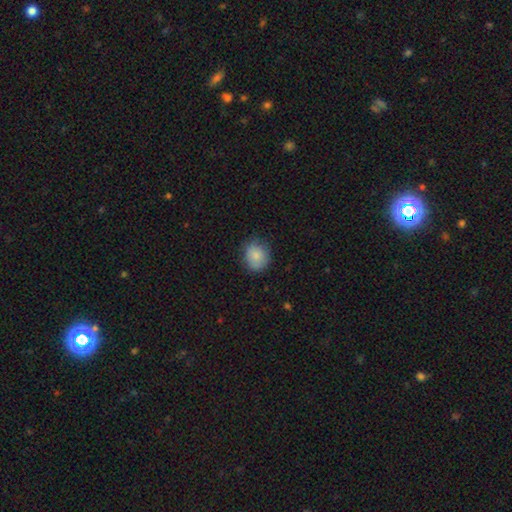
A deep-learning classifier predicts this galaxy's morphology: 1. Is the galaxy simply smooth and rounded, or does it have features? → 84% smooth, 8% featured or disk, 8% star or artifact.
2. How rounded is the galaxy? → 70% round, 29% in between, 1% cigar-shaped.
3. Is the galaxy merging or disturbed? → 75% none, 19% minor disturbance, 4% major disturbance, 1% merger.